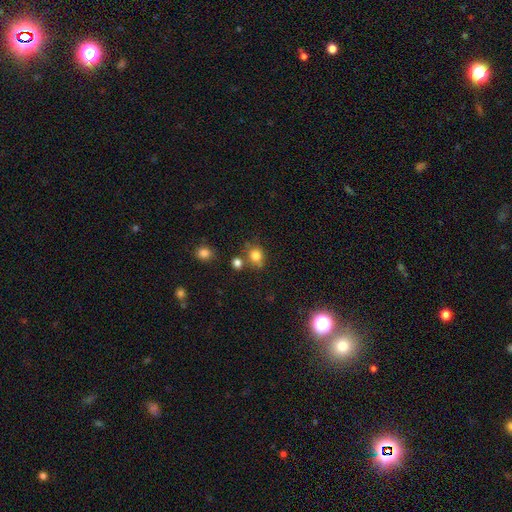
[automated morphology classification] Smooth or featured? smooth (81%)
How rounded? round (72%)
Merging? none (65%)